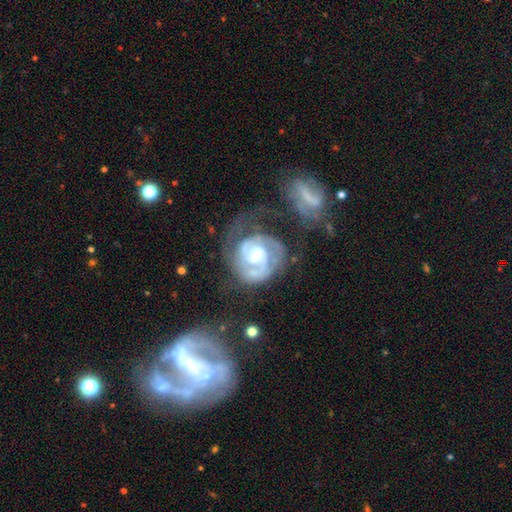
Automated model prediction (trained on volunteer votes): Smooth or featured: featured or disk — 85% (smooth — 10%)
Edge-on disk: no — 98% (yes — 2%)
Bar: weak — 52% (no — 35%)
Spiral arms: yes — 93% (no — 7%)
Spiral winding: tight — 55% (medium — 35%)
Spiral arm count: 2 — 52% (can't tell — 22%)
Bulge size: moderate — 54% (small — 34%)
Merging: none — 38% (major disturbance — 31%)